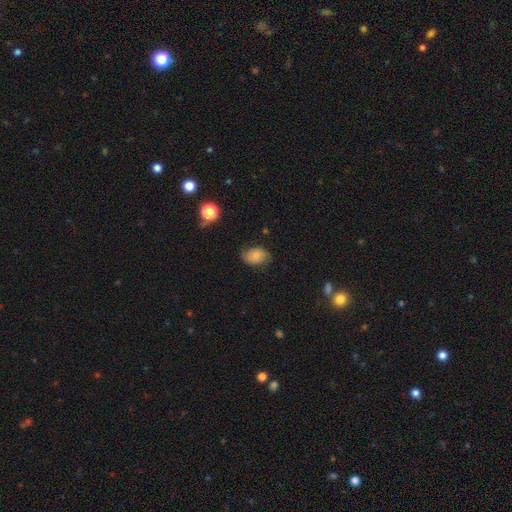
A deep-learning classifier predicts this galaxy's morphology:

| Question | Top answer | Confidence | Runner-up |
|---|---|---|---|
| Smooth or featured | smooth | 76% | featured or disk (15%) |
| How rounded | in between | 78% | round (20%) |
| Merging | none | 74% | minor disturbance (20%) |